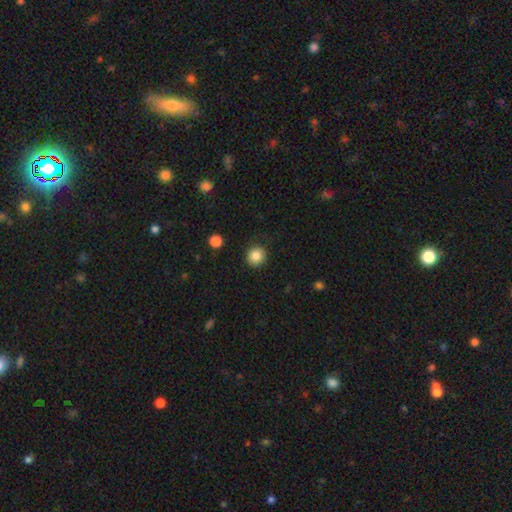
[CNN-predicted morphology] The model was most divided on "smooth or featured": smooth: 86%, star or artifact: 10%, featured or disk: 4%. More confident: how rounded — round (92%); merging — none (88%).